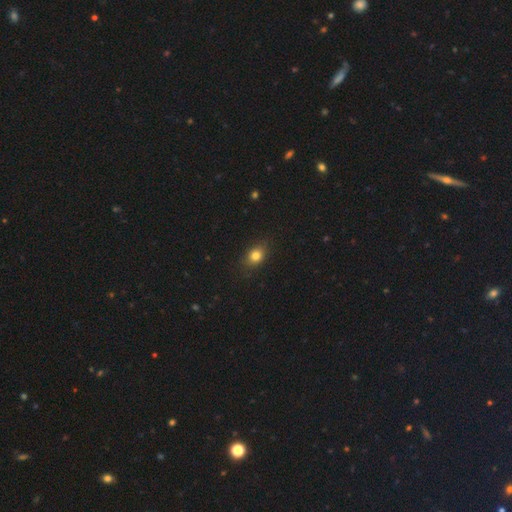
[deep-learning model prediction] Overall: smooth (81%). How rounded: in between (61%; round 38%). Merging: none (82%).